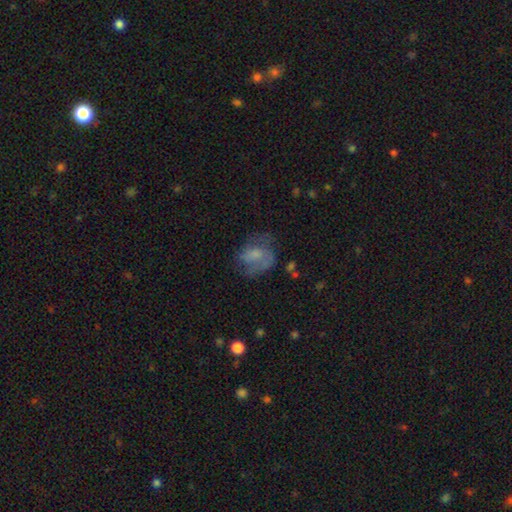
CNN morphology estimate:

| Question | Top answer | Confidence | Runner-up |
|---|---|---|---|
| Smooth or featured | smooth | 48% | featured or disk (42%) |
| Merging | none | 45% | major disturbance (28%) |